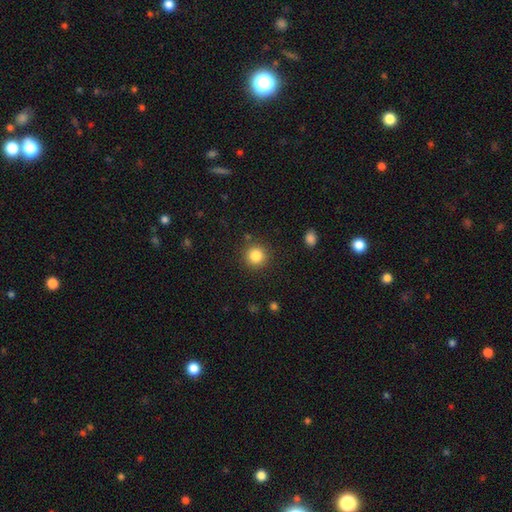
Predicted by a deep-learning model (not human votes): A smooth galaxy with no disk features (84%) that is round (94%).

Vote fractions:
- Smooth or featured? smooth: 84% / star or artifact: 11% / featured or disk: 5%
- How rounded? round: 94% / in between: 5% / cigar-shaped: 1%
- Merging? none: 89% / minor disturbance: 7% / major disturbance: 3% / merger: 2%